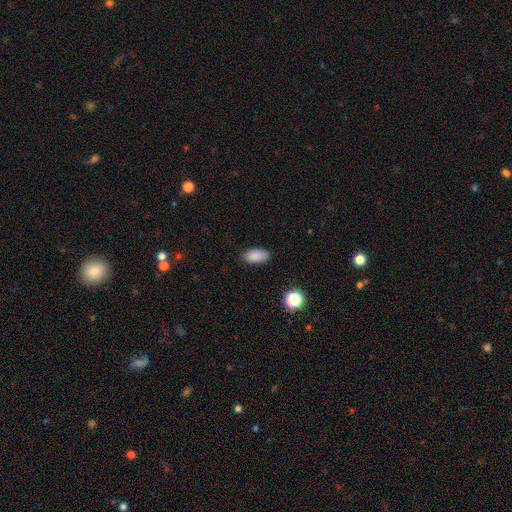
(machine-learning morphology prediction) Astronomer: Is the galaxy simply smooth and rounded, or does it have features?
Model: smooth — 86%.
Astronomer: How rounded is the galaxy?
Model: in between — 90%.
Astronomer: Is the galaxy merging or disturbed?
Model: none — 85%.